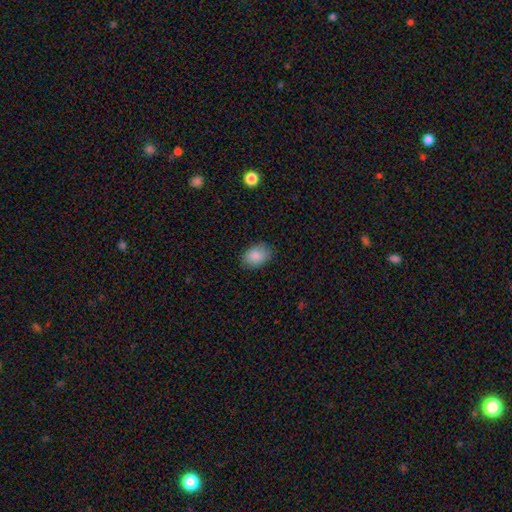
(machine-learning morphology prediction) type=smooth (87%); roundness=in between (79%); merging=none (85%).